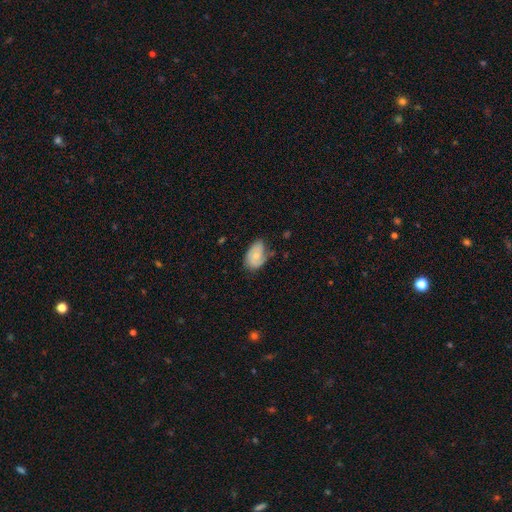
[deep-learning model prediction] Smooth or featured? Predicted: smooth (p=0.55). How rounded? Predicted: in between (p=0.89). Merging? Predicted: none (p=0.49).